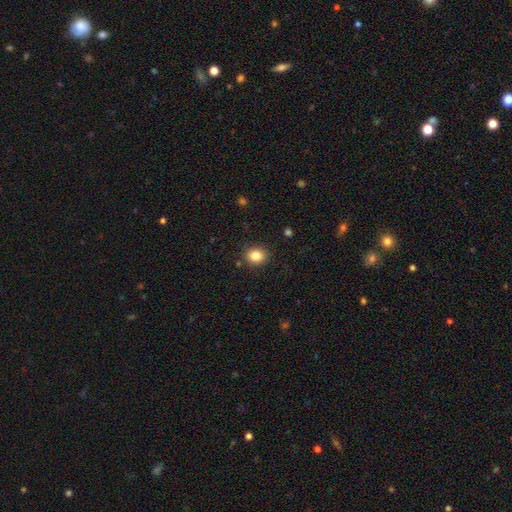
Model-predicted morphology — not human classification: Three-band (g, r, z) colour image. It shows a smooth galaxy with no disk features (83%) that is round (72%). Merging: none (88%).